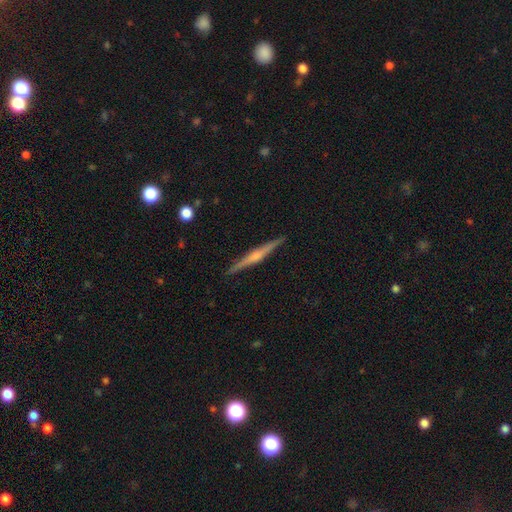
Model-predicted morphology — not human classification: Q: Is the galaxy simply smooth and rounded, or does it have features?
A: featured or disk — 75%.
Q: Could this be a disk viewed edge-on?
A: yes — 98%.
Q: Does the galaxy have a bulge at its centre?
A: rounded — 74%.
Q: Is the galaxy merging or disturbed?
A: none — 91%.